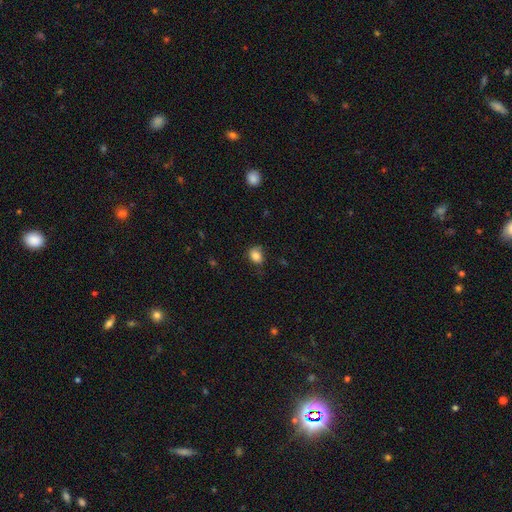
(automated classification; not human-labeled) A smooth galaxy with no disk features (85%) that is in between round and cigar-shaped (53%). Merging: none (69%).